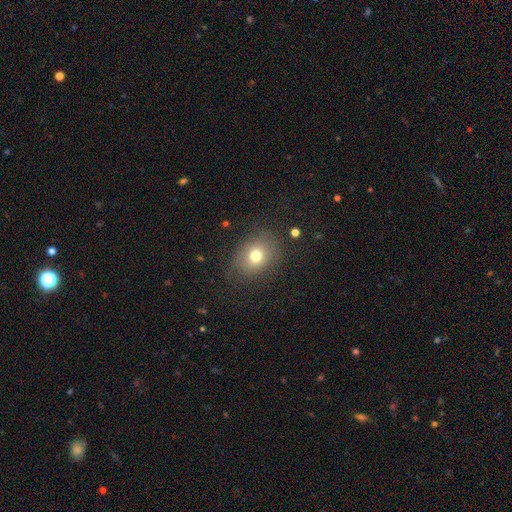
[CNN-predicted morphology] smooth_or_featured: smooth (p=0.74) [alt: star or artifact p=0.14]
how_rounded: round (p=0.50) [alt: in between p=0.49]
merging: none (p=0.78) [alt: minor disturbance p=0.14]